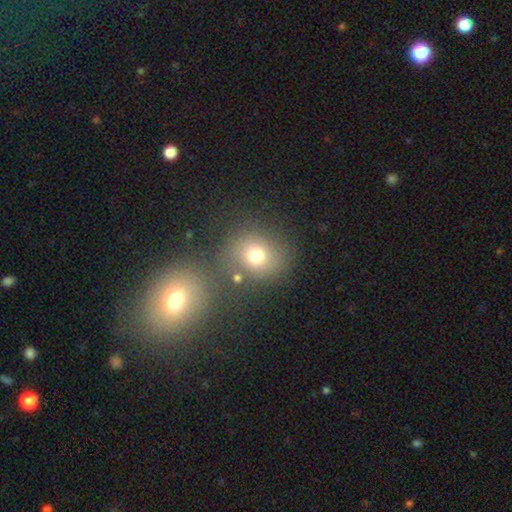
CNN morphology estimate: Smooth or featured?
  - smooth: 73% *
  - star or artifact: 15%
  - featured or disk: 12%
How rounded?
  - round: 73% *
  - in between: 26%
  - cigar-shaped: 1%
Merging?
  - none: 62% *
  - merger: 22%
  - minor disturbance: 11%
  - major disturbance: 5%